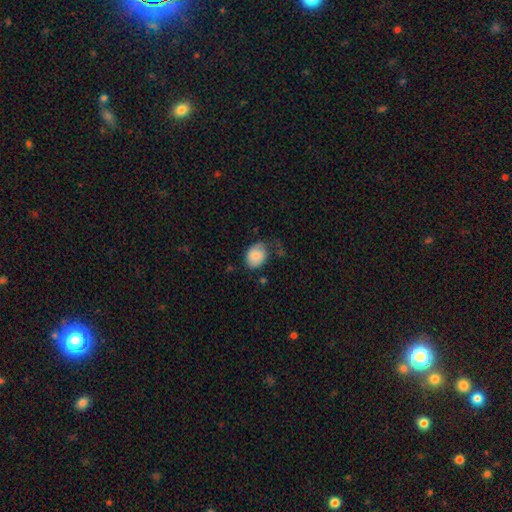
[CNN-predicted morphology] This appears to be a smooth galaxy with no disk features (77%) that is in between round and cigar-shaped (66%). Merging: none (51%).